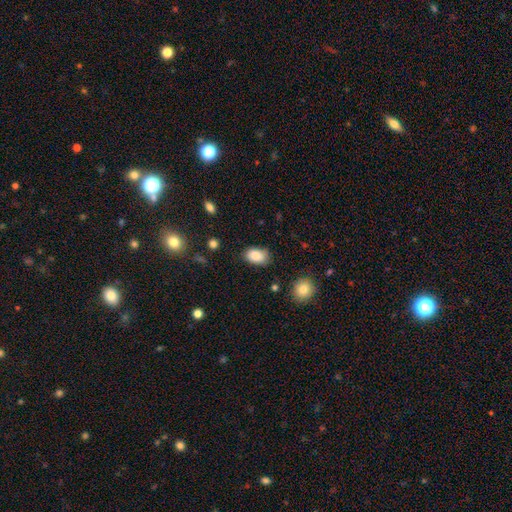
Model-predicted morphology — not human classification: smooth_or_featured: smooth (p=0.87) [alt: star or artifact p=0.08]
how_rounded: in between (p=0.89) [alt: round p=0.10]
merging: none (p=0.73) [alt: minor disturbance p=0.20]